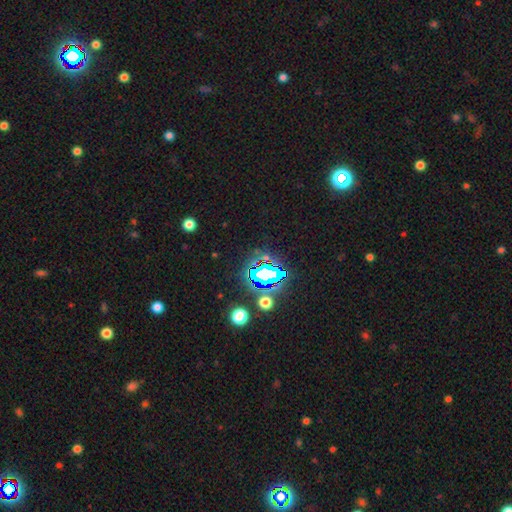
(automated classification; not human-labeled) The model was most divided on "smooth or featured": star or artifact: 82%, smooth: 11%, featured or disk: 7%.